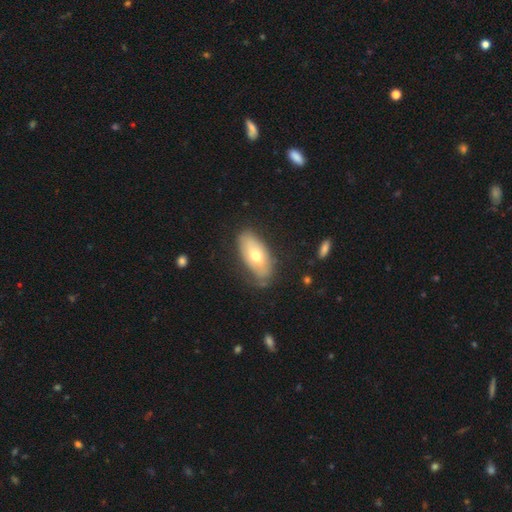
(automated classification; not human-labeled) Morphology: type=smooth (58%); roundness=in between (88%); merging=none (73%).